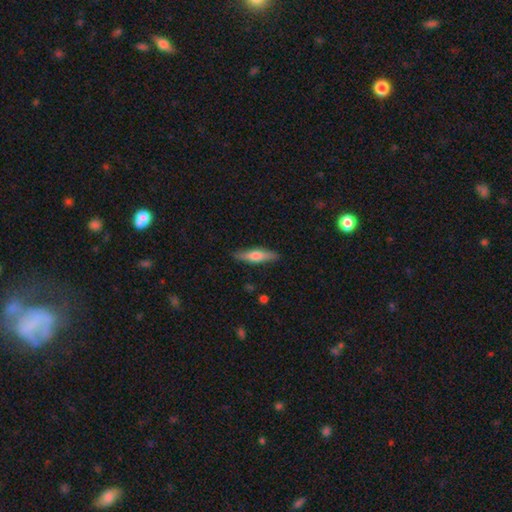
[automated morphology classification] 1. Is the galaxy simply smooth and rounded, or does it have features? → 60% smooth, 34% featured or disk, 6% star or artifact.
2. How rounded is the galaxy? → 73% cigar-shaped, 25% in between, 2% round.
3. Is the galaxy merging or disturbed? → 86% none, 11% minor disturbance, 2% major disturbance, 1% merger.